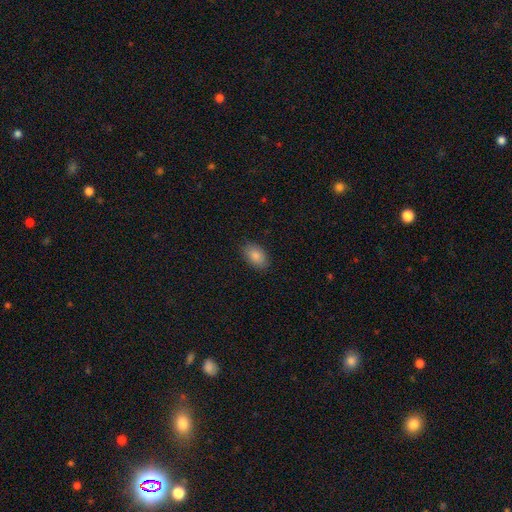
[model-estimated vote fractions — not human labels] Smooth or featured?
  - smooth: 87% *
  - star or artifact: 7%
  - featured or disk: 6%
How rounded?
  - in between: 91% *
  - round: 8%
  - cigar-shaped: 1%
Merging?
  - none: 86% *
  - minor disturbance: 11%
  - major disturbance: 2%
  - merger: 1%